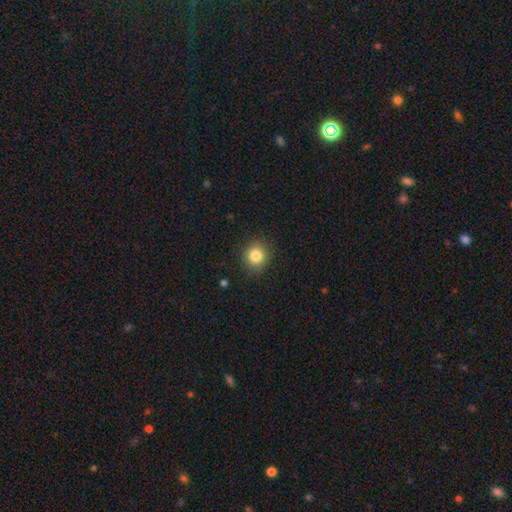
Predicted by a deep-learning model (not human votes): This is clearly a smooth galaxy (83%). How rounded: clearly round (88%). Merging: clearly none (88%).